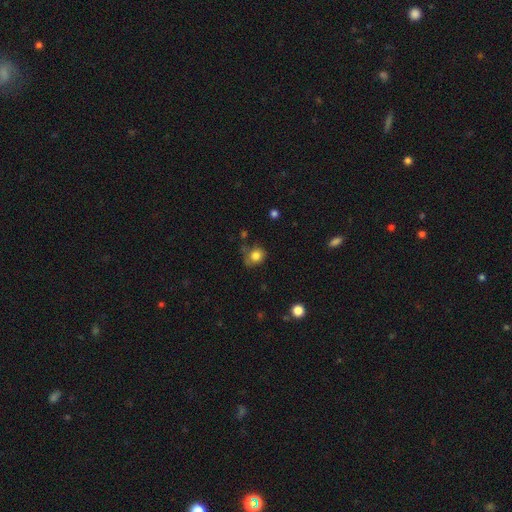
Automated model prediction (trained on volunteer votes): smooth_or_featured: smooth (p=0.82) [alt: star or artifact p=0.11]
how_rounded: round (p=0.71) [alt: in between p=0.28]
merging: none (p=0.61) [alt: minor disturbance p=0.25]